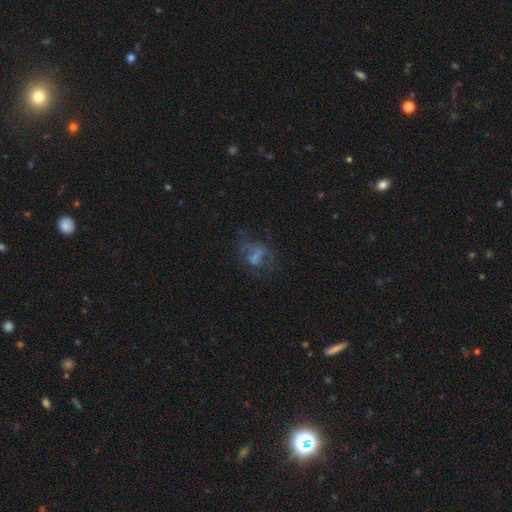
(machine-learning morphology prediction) A featured or disk galaxy (41%).

Vote fractions:
- Smooth or featured? featured or disk: 41% / smooth: 39% / star or artifact: 21%
- Merging? none: 39% / major disturbance: 38% / minor disturbance: 18% / merger: 5%